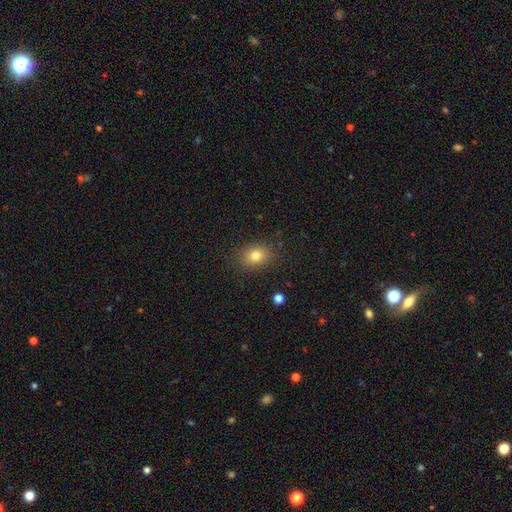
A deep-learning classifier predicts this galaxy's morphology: smooth 79%, star or artifact 12%, featured or disk 9%. Down the decision tree: how rounded — in between (55%); merging — none (86%).